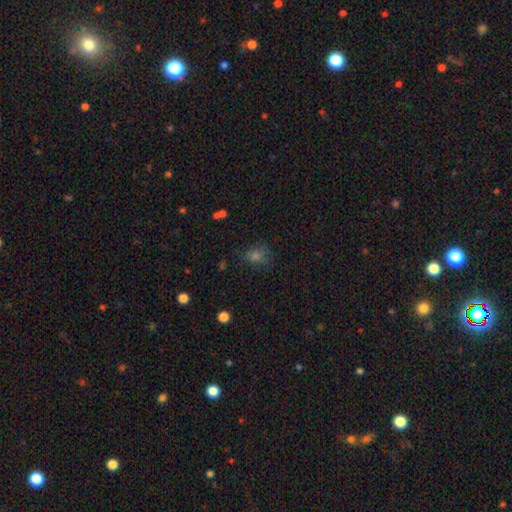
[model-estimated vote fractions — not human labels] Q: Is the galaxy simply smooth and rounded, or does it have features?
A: smooth — 62%.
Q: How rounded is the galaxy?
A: round — 50%.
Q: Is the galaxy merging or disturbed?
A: none — 69%.